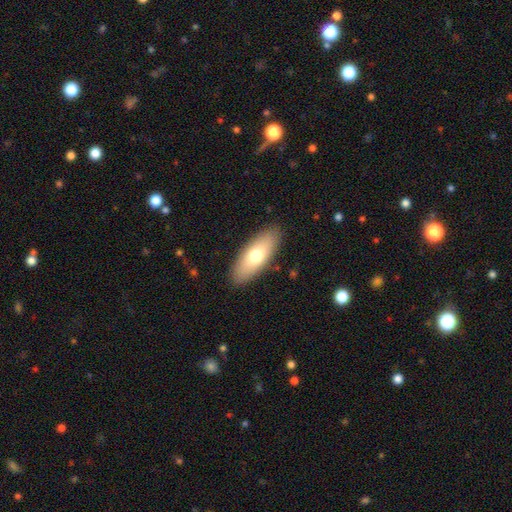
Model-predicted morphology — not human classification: Q: Smooth or featured?
A: smooth (70%); runner-up: featured or disk (24%)
Q: How rounded?
A: in between (74%); runner-up: cigar-shaped (24%)
Q: Merging?
A: none (88%); runner-up: minor disturbance (8%)